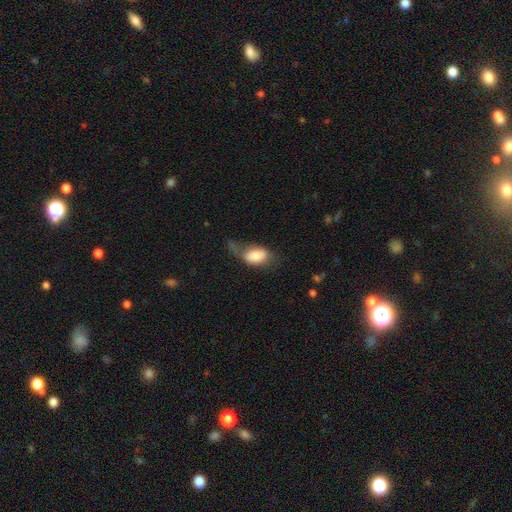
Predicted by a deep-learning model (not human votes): This is likely a smooth galaxy (74%). How rounded: clearly in between (89%). Merging: marginally major disturbance (36%).